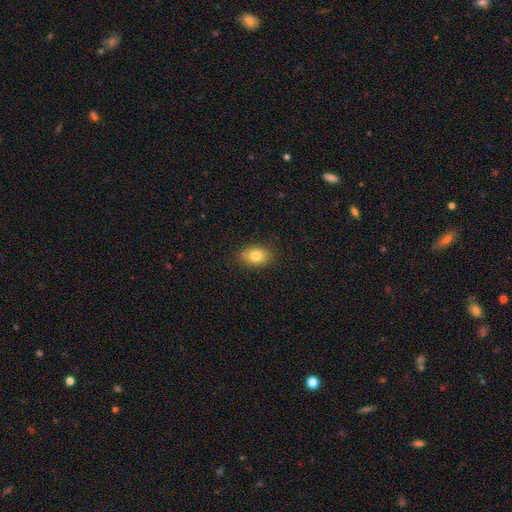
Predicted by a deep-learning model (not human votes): Morphology: type=smooth (82%); roundness=in between (78%); merging=none (86%).